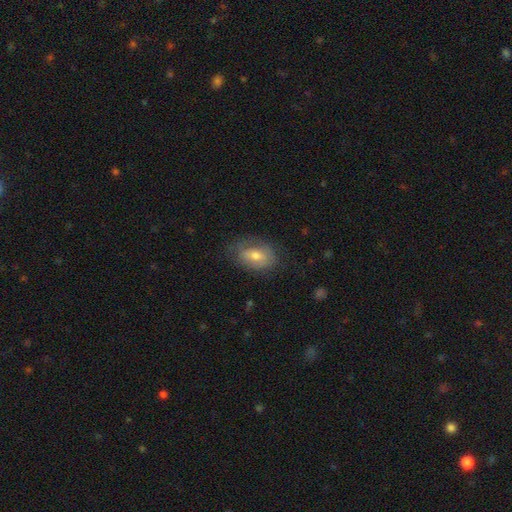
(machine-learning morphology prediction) The model was most divided on "smooth or featured": smooth: 60%, featured or disk: 32%, star or artifact: 8%. More confident: how rounded — in between (85%); merging — none (66%).